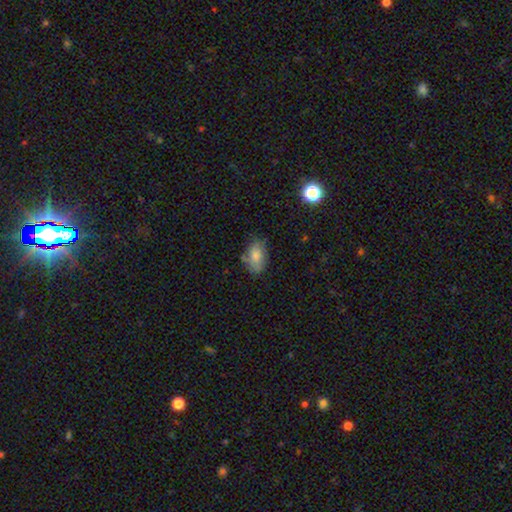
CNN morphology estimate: A smooth galaxy with no disk features (77%) that is in between round and cigar-shaped (88%). Merging: none (69%).